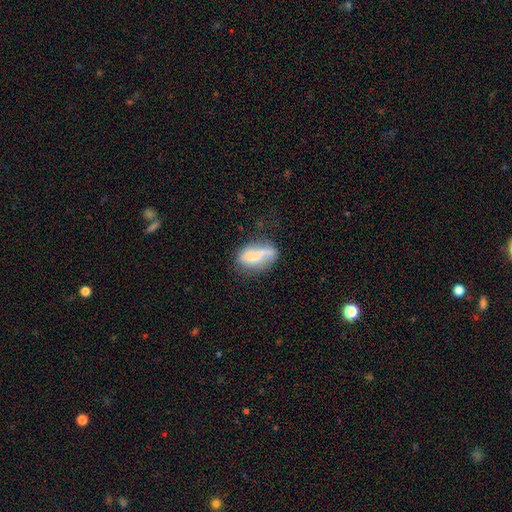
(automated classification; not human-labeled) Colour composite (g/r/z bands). It shows a smooth galaxy with no disk features (51%) that is in between round and cigar-shaped (85%). Merging: none (43%).